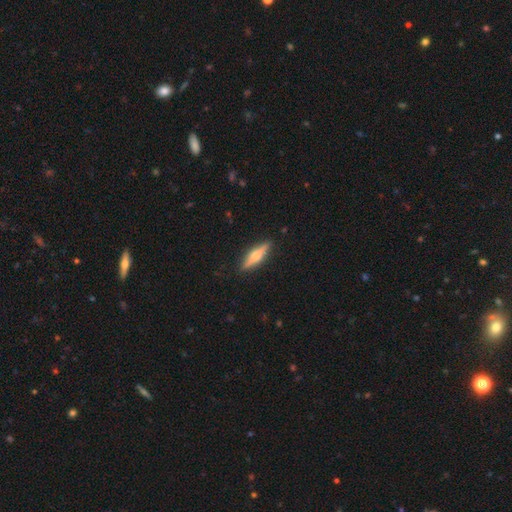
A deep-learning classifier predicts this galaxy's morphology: Smooth or featured? Predicted: featured or disk (p=0.56). Edge-on disk? Predicted: yes (p=0.95). Edge-on bulge? Predicted: rounded (p=0.89). Merging? Predicted: none (p=0.89).